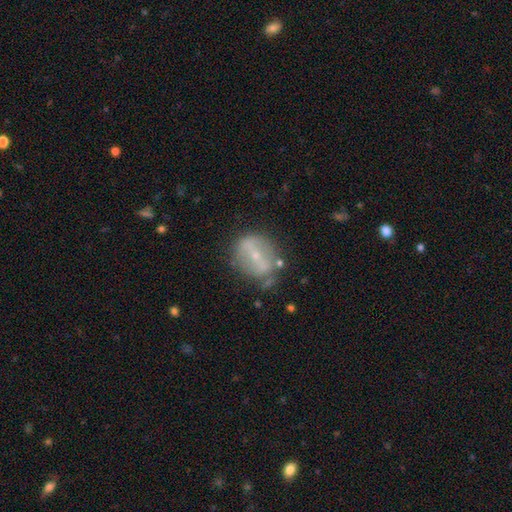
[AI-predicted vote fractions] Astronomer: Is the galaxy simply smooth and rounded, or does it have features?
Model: featured or disk — 61%.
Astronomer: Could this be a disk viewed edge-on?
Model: no — 90%.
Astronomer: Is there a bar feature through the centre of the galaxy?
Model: strong — 51% (runner-up: weak, 29%).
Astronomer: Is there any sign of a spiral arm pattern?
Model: no — 67%.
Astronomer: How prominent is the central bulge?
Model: small — 69%.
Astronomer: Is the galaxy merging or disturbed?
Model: none — 58%.